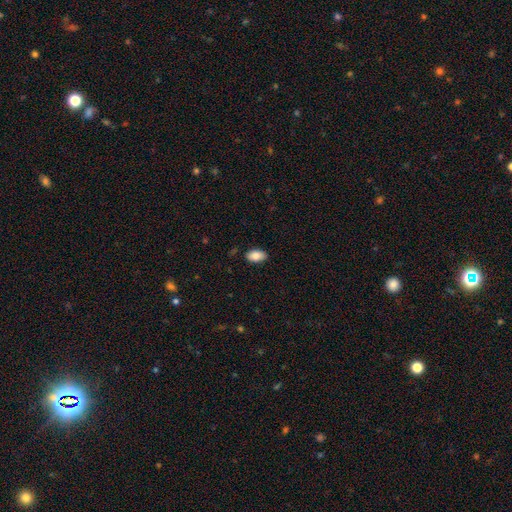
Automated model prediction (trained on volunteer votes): Overall: smooth (85%). How rounded: in between (93%). Merging: none (86%).